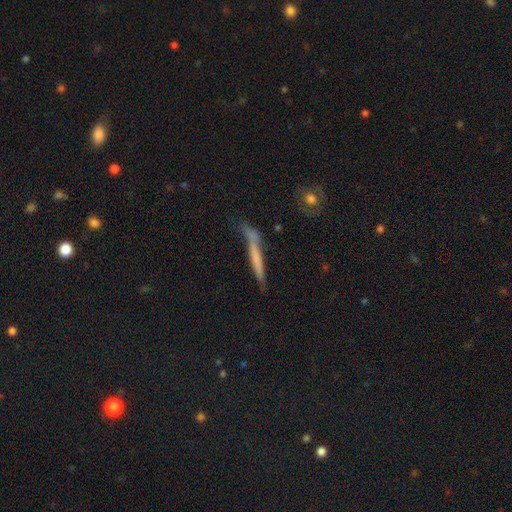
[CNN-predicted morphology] Smooth or featured?
  - smooth: 51% *
  - featured or disk: 41%
  - star or artifact: 8%
How rounded?
  - cigar-shaped: 96% *
  - in between: 3%
  - round: 2%
Merging?
  - none: 64% *
  - minor disturbance: 21%
  - merger: 8%
  - major disturbance: 8%